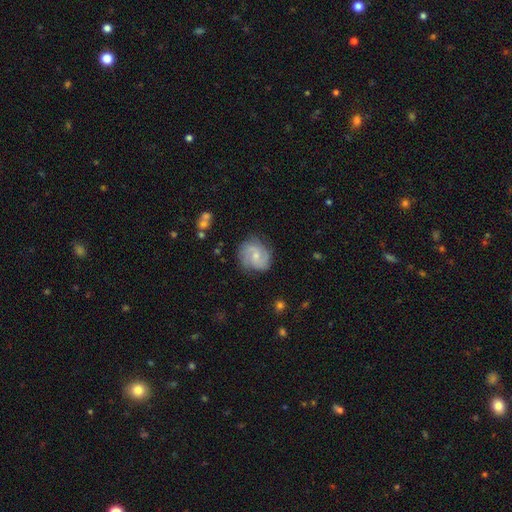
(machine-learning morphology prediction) featured or disk 68%, smooth 26%, star or artifact 6%. Down the decision tree: edge-on disk — no (98%); bar — no (51%); spiral arms — yes (92%); spiral arm count — 2 (76%); spiral winding — medium (48%); bulge size — small (60%); merging — none (75%).